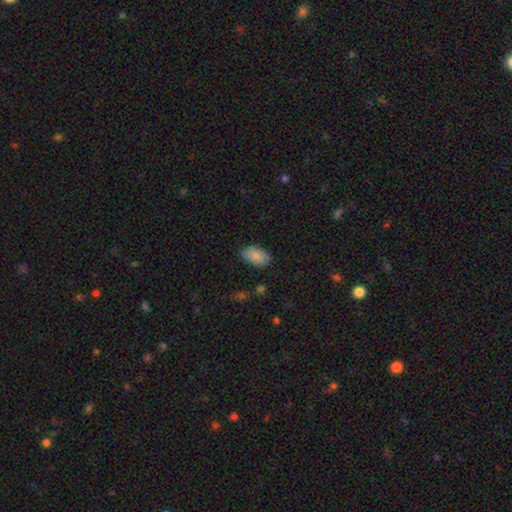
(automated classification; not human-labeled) Smooth or featured? Predicted: smooth (p=0.87). How rounded? Predicted: in between (p=0.93). Merging? Predicted: none (p=0.77).